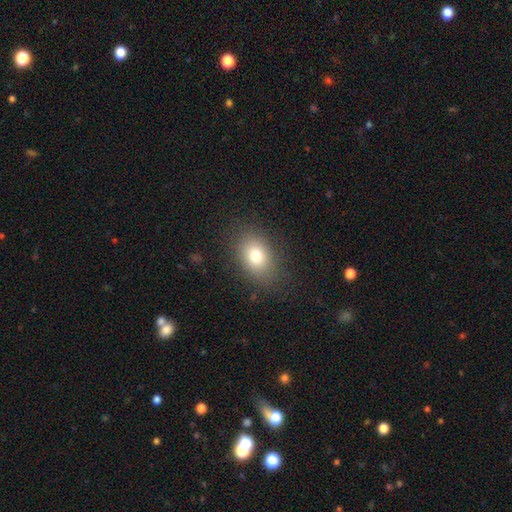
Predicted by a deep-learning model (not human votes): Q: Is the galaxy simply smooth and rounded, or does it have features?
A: smooth — 77%.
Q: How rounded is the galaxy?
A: in between — 73%.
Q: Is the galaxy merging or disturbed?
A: none — 83%.